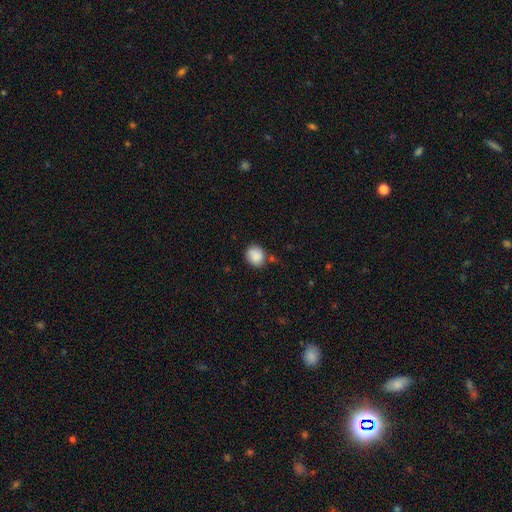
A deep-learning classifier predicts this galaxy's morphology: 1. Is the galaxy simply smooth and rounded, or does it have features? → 87% smooth, 8% star or artifact, 5% featured or disk.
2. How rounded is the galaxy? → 71% round, 28% in between, 1% cigar-shaped.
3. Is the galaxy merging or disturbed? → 72% none, 18% minor disturbance, 5% merger, 4% major disturbance.